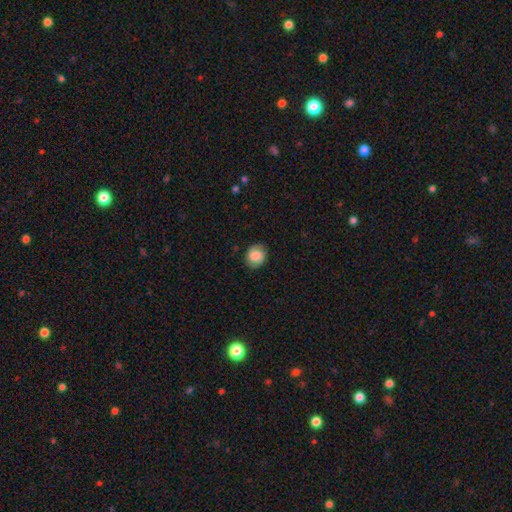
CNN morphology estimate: Q: Smooth or featured?
A: smooth (78%); runner-up: featured or disk (14%)
Q: How rounded?
A: round (65%); runner-up: in between (34%)
Q: Merging?
A: none (83%); runner-up: minor disturbance (12%)